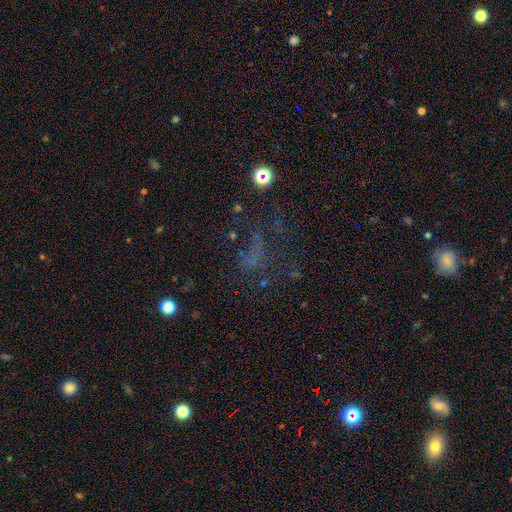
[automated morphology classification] The model was most divided on "smooth or featured": star or artifact: 43%, smooth: 31%, featured or disk: 26%.